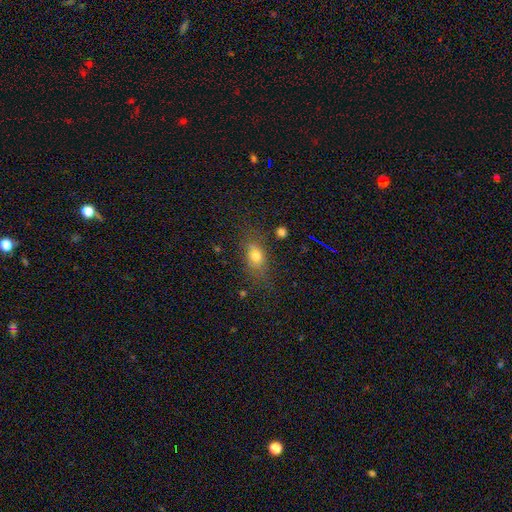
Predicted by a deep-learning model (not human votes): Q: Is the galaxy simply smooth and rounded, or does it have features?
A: smooth — 73%.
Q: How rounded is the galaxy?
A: in between — 71%.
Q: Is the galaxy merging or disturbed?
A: none — 68%.